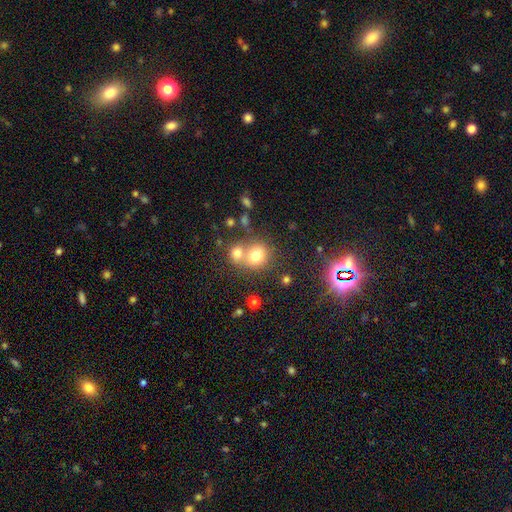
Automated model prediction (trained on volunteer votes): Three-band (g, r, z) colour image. It shows a smooth galaxy with no disk features (74%) that is round (78%). Merging: merger (48%).